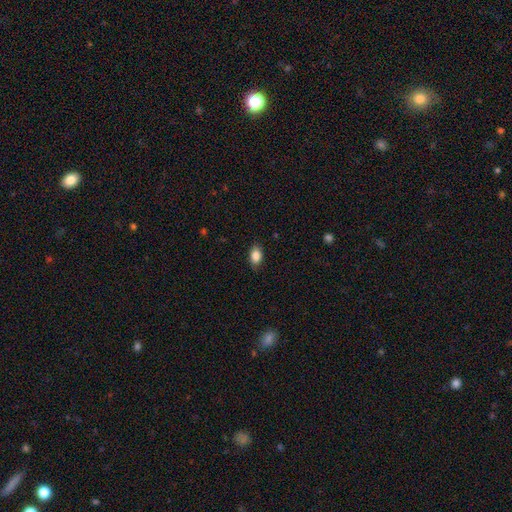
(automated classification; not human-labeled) Smooth or featured? Predicted: smooth (p=0.86). How rounded? Predicted: in between (p=0.87). Merging? Predicted: none (p=0.86).